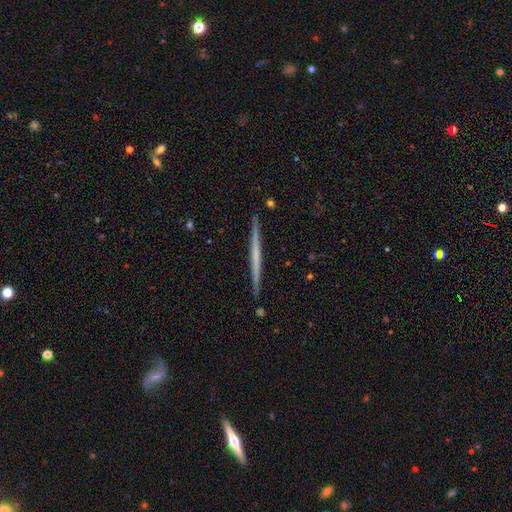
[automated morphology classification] smooth_or_featured: featured or disk (p=0.60) [alt: smooth p=0.35]
disk_edge_on: yes (p=0.98) [alt: no p=0.02]
edge_on_bulge: none (p=0.87) [alt: rounded p=0.09]
merging: none (p=0.92) [alt: minor disturbance p=0.06]